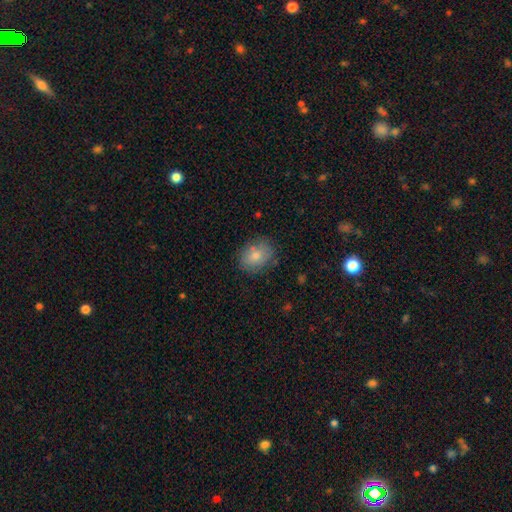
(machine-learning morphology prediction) smooth_or_featured: smooth (p=0.78) [alt: featured or disk p=0.14]
how_rounded: in between (p=0.50) [alt: round p=0.49]
merging: none (p=0.76) [alt: minor disturbance p=0.17]